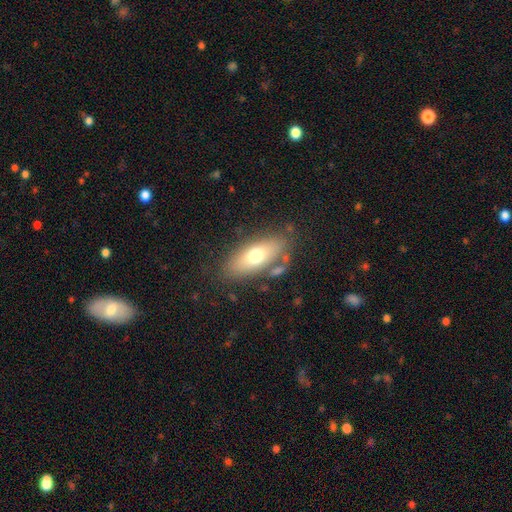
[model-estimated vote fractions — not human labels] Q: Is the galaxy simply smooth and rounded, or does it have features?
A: smooth — 67%.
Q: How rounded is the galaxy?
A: in between — 79%.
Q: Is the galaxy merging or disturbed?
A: none — 74%.